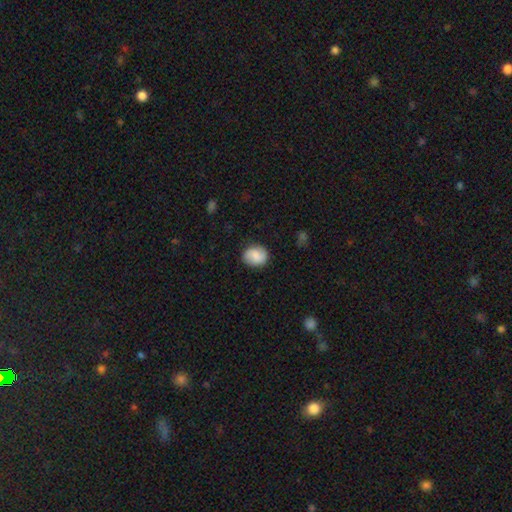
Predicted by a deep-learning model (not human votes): smooth_or_featured: smooth (p=0.72) [alt: featured or disk p=0.20]
how_rounded: round (p=0.63) [alt: in between p=0.36]
merging: none (p=0.82) [alt: minor disturbance p=0.13]